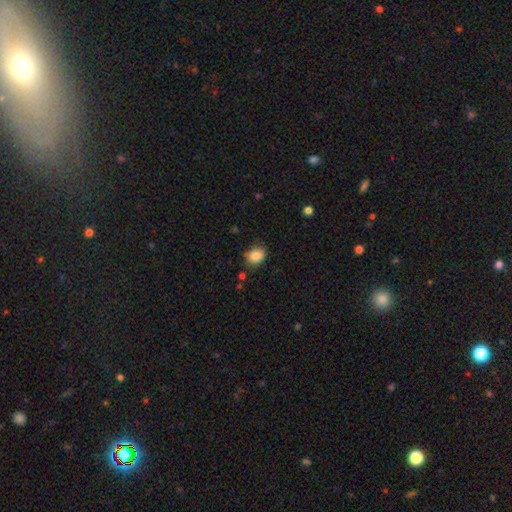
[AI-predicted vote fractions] Smooth or featured? smooth (85%)
How rounded? in between (54%)
Merging? none (71%)